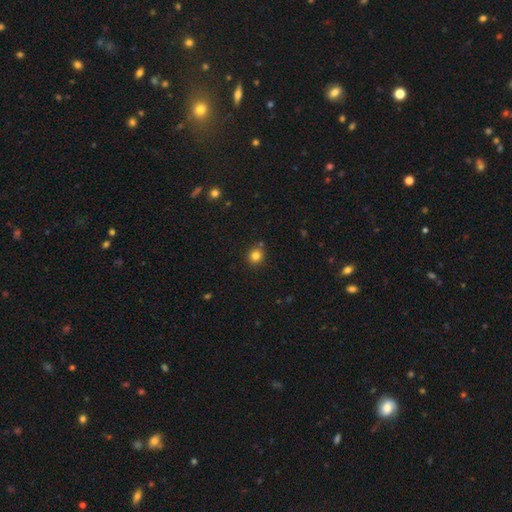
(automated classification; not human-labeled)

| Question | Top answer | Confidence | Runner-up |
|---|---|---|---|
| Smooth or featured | smooth | 81% | star or artifact (13%) |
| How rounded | round | 87% | in between (12%) |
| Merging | none | 82% | minor disturbance (9%) |